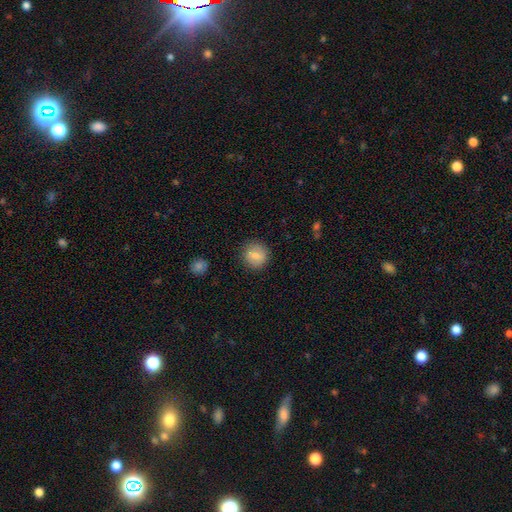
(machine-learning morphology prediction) smooth-or-featured: smooth: 77% | featured or disk: 14% | star or artifact: 9%
  how-rounded: round: 88% | in between: 11% | cigar-shaped: 1%
  merging: none: 85% | minor disturbance: 10% | major disturbance: 3% | merger: 1%